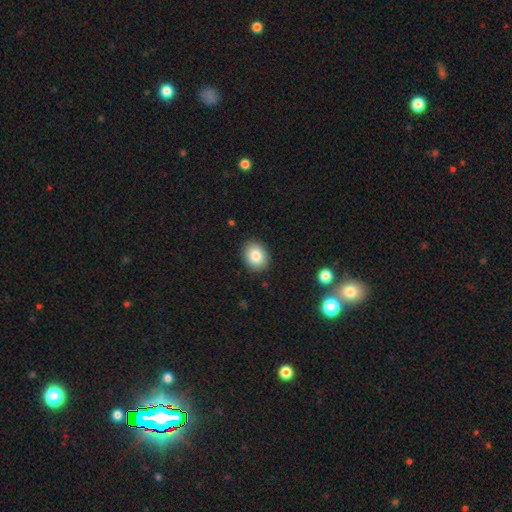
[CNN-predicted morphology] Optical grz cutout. It shows a smooth galaxy with no disk features (84%) that is round (51%). Merging: none (89%).